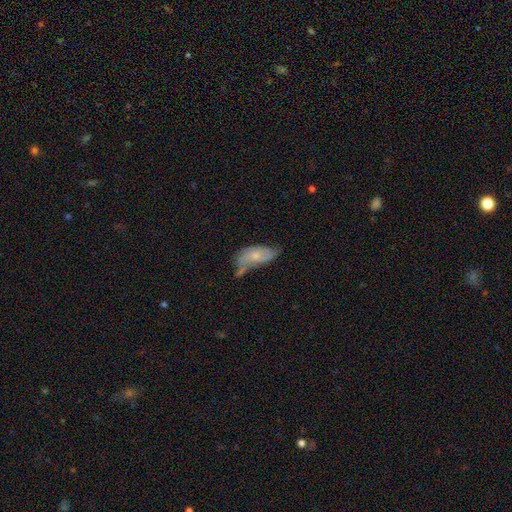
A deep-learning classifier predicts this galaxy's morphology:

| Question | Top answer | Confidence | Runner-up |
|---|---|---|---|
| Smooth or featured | smooth | 48% | featured or disk (44%) |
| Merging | none | 35% | minor disturbance (34%) |